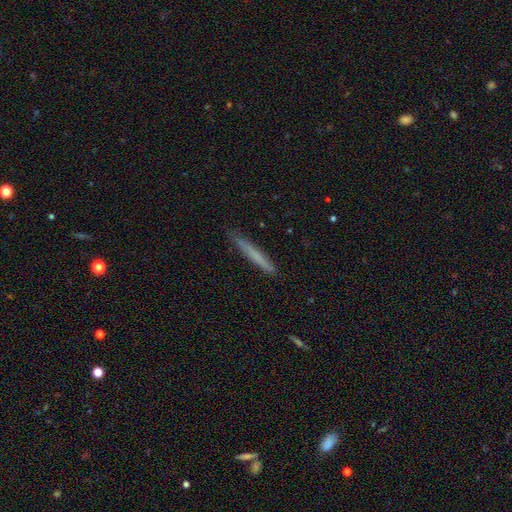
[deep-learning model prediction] Q: Smooth or featured?
A: smooth (68%); runner-up: featured or disk (25%)
Q: How rounded?
A: cigar-shaped (97%); runner-up: in between (2%)
Q: Merging?
A: none (87%); runner-up: minor disturbance (10%)